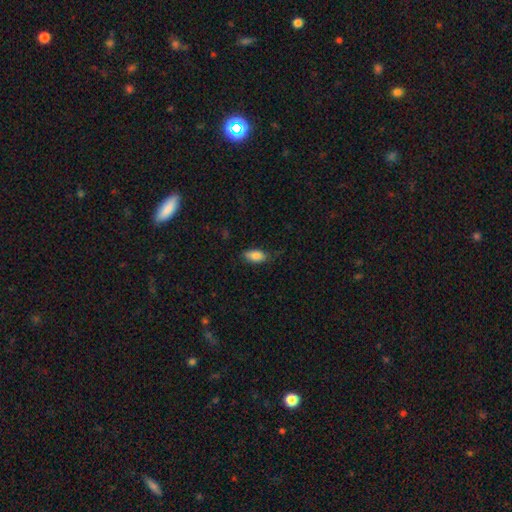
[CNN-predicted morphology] Smooth or featured?
  - smooth: 83% *
  - featured or disk: 10%
  - star or artifact: 7%
How rounded?
  - in between: 90% *
  - cigar-shaped: 7%
  - round: 3%
Merging?
  - none: 72% *
  - minor disturbance: 22%
  - major disturbance: 5%
  - merger: 1%